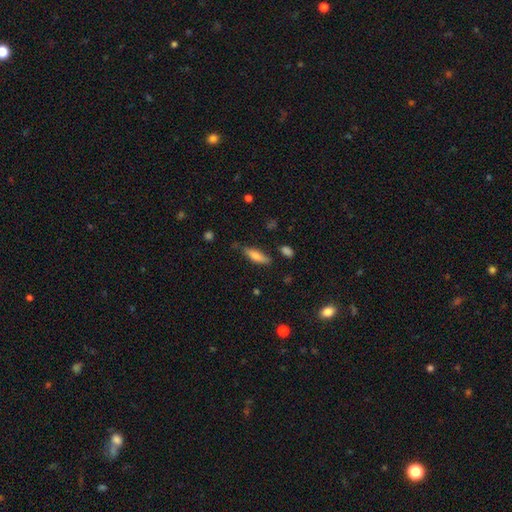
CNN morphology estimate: A smooth galaxy with no disk features (70%) that is cigar-shaped (53%).

Vote fractions:
- Smooth or featured? smooth: 70% / featured or disk: 23% / star or artifact: 7%
- How rounded? cigar-shaped: 53% / in between: 45% / round: 2%
- Merging? none: 74% / minor disturbance: 19% / major disturbance: 4% / merger: 3%